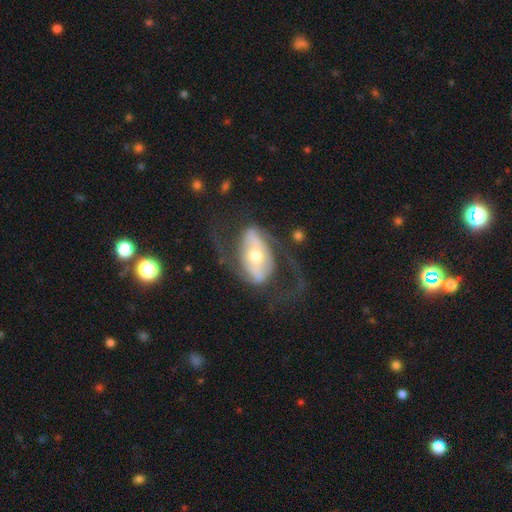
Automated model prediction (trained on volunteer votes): This is clearly a featured or disk galaxy (82%). It is clearly not viewed edge-on (94%). Bar: marginally strong (40%). Spiral arm pattern: clearly yes (85%). Spiral arm count: clearly 2 (87%). Spiral winding: marginally loose (44%). Central bulge: possibly moderate (57%). Merging: possibly none (56%).